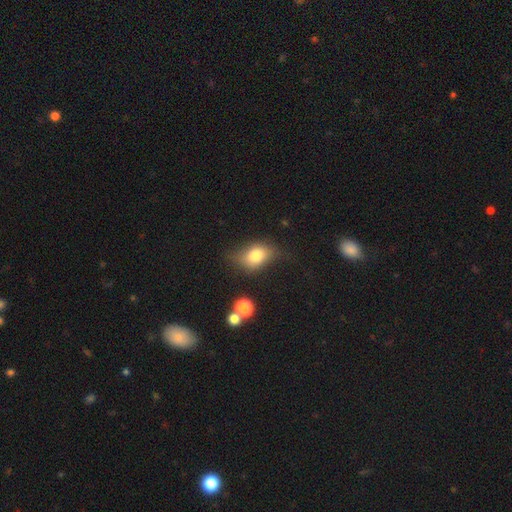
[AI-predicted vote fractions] Overall: smooth (75%). How rounded: in between (77%). Merging: none (61%; minor disturbance 26%).